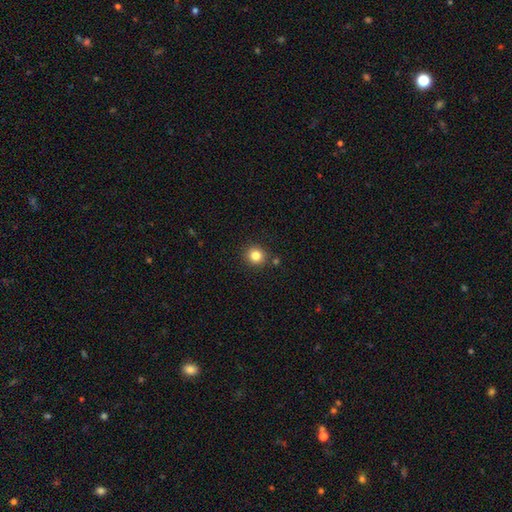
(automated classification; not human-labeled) Overall: smooth (83%). How rounded: round (91%). Merging: none (87%).